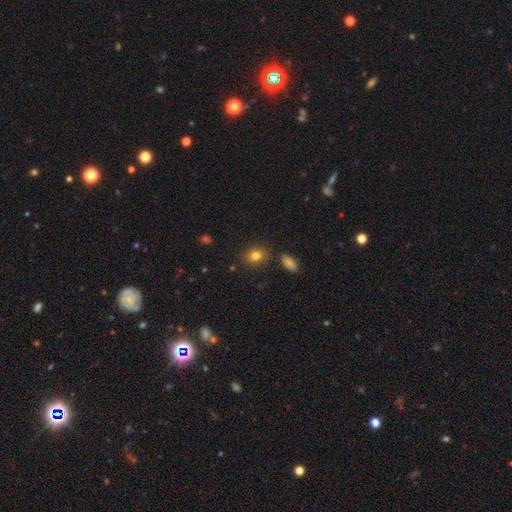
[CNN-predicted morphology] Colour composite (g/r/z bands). It shows a smooth galaxy with no disk features (81%) that is round (55%). Merging: none (82%).